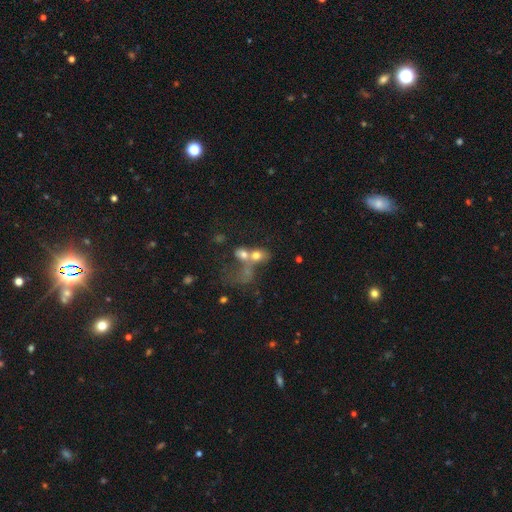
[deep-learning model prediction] A smooth galaxy with no disk features (60%) that is in between round and cigar-shaped (51%).

Vote fractions:
- Smooth or featured? smooth: 60% / featured or disk: 26% / star or artifact: 14%
- How rounded? in between: 51% / round: 46% / cigar-shaped: 3%
- Merging? merger: 70% / none: 13% / major disturbance: 12% / minor disturbance: 5%